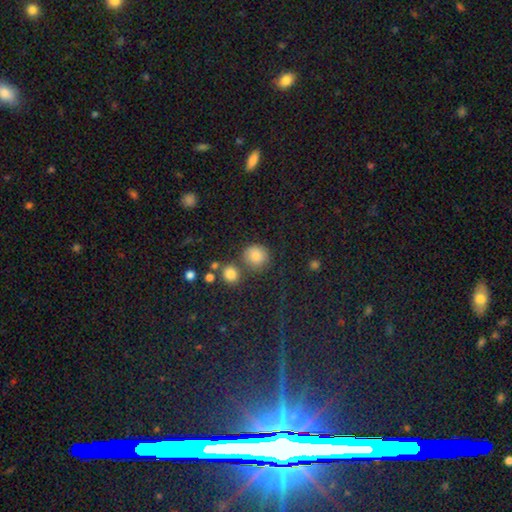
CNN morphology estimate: type=smooth (81%); roundness=round (86%); merging=none (72%).